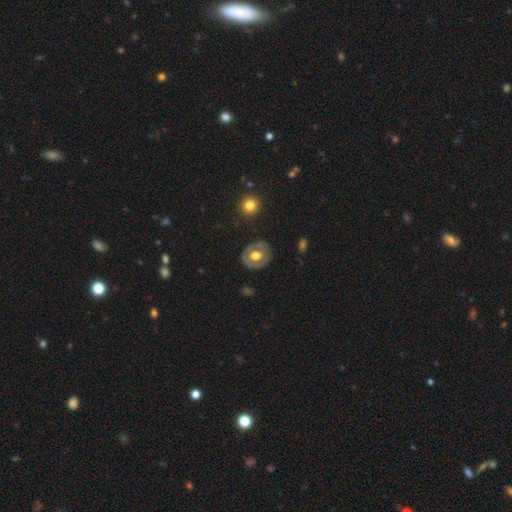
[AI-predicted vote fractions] smooth-or-featured: featured or disk: 49% | smooth: 45% | star or artifact: 6%
  merging: none: 82% | minor disturbance: 12% | major disturbance: 4% | merger: 1%